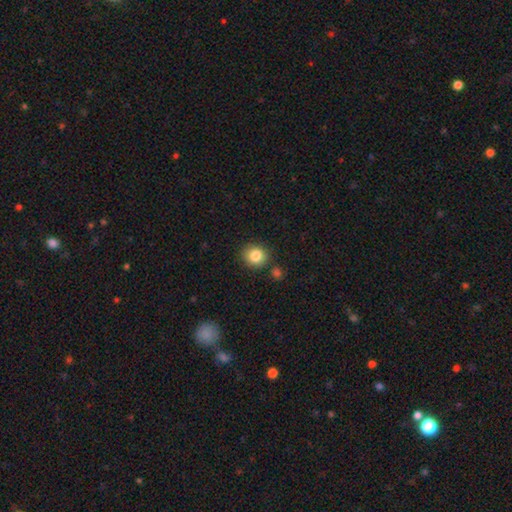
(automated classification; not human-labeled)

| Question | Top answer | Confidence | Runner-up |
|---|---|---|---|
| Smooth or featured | smooth | 84% | star or artifact (10%) |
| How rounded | round | 83% | in between (16%) |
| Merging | none | 84% | minor disturbance (9%) |